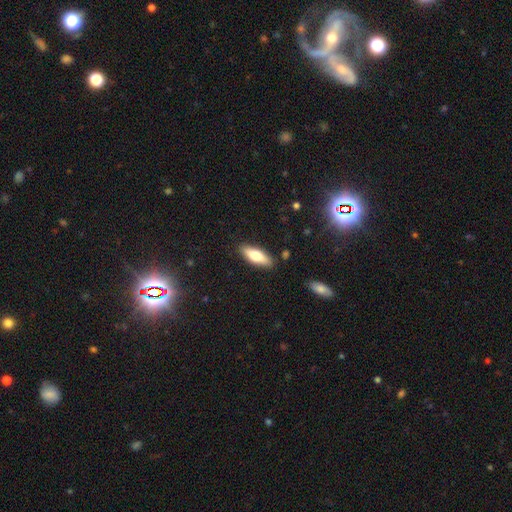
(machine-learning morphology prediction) smooth-or-featured: smooth: 70% | featured or disk: 24% | star or artifact: 6%
  how-rounded: in between: 59% | cigar-shaped: 39% | round: 2%
  merging: none: 87% | minor disturbance: 10% | major disturbance: 2% | merger: 2%